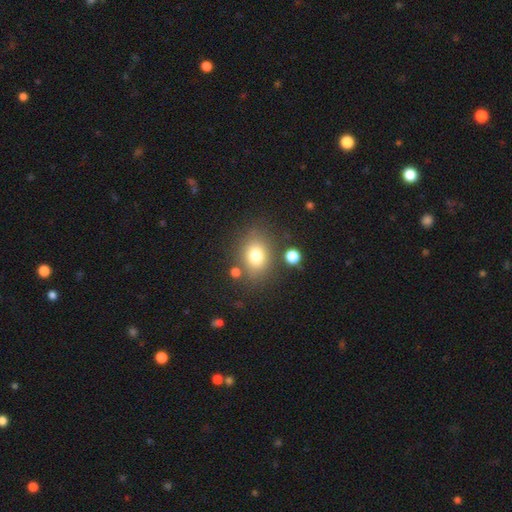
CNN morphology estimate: Smooth or featured?
  - smooth: 77% *
  - star or artifact: 12%
  - featured or disk: 11%
How rounded?
  - in between: 62% *
  - round: 37%
  - cigar-shaped: 1%
Merging?
  - none: 75% *
  - minor disturbance: 13%
  - merger: 7%
  - major disturbance: 5%